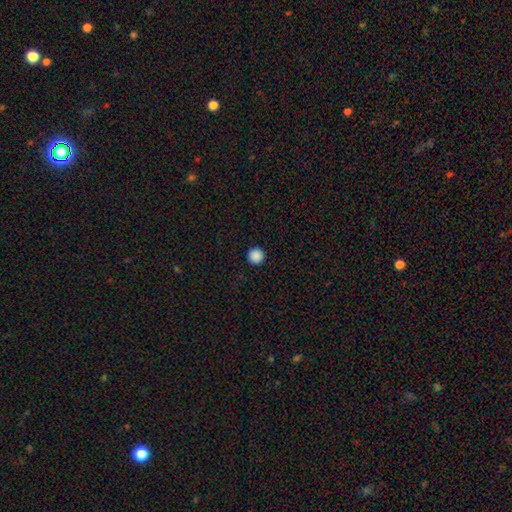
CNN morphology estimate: Q: Smooth or featured?
A: smooth (88%); runner-up: star or artifact (9%)
Q: How rounded?
A: round (97%); runner-up: in between (2%)
Q: Merging?
A: none (94%); runner-up: minor disturbance (4%)